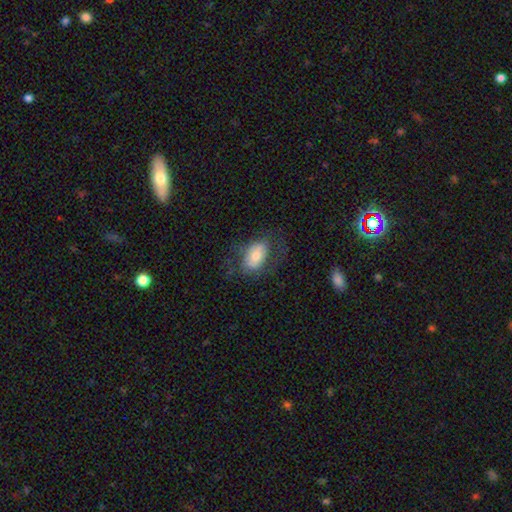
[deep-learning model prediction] A smooth galaxy with no disk features (66%) that is in between round and cigar-shaped (88%). Merging: none (62%).